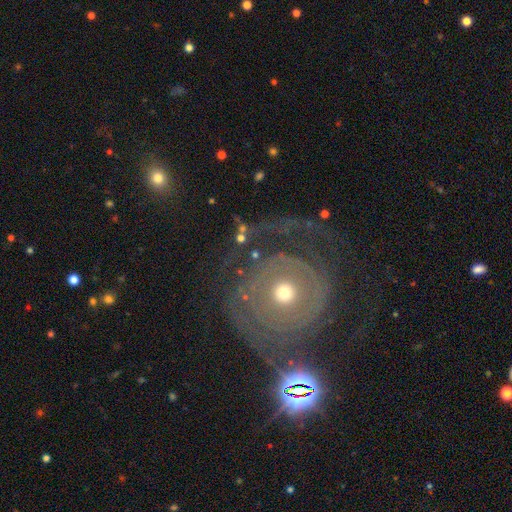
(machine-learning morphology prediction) Smooth or featured: featured or disk — 74% (smooth — 17%)
Edge-on disk: no — 97% (yes — 3%)
Bar: no — 86% (weak — 10%)
Spiral arms: yes — 70% (no — 30%)
Spiral winding: tight — 66% (medium — 21%)
Spiral arm count: can't tell — 36% (2 — 28%)
Bulge size: moderate — 51% (small — 41%)
Merging: none — 59% (major disturbance — 21%)